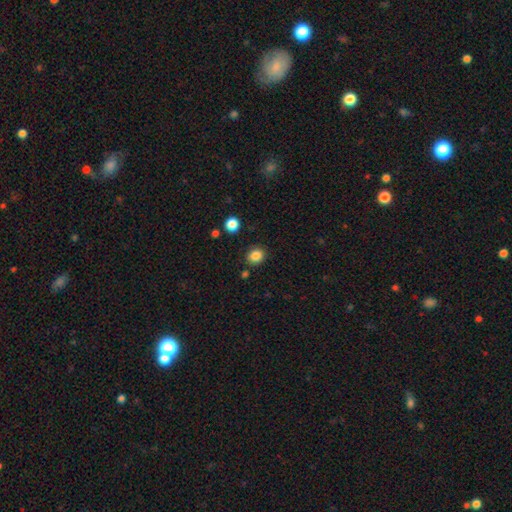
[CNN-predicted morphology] A smooth galaxy with no disk features (85%) that is round (76%).

Vote fractions:
- Smooth or featured? smooth: 85% / star or artifact: 11% / featured or disk: 4%
- How rounded? round: 76% / in between: 23% / cigar-shaped: 1%
- Merging? none: 86% / minor disturbance: 9% / merger: 3% / major disturbance: 2%